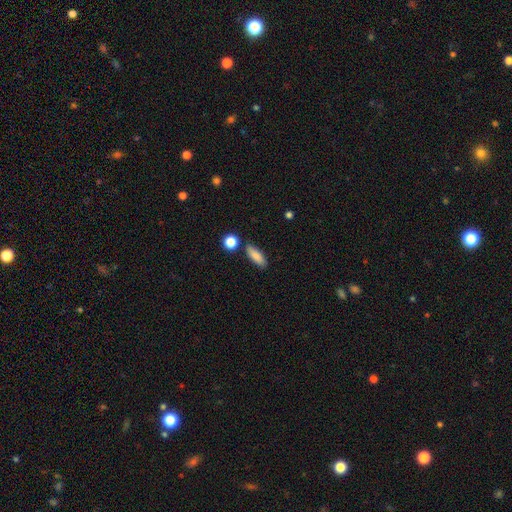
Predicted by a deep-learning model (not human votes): Smooth or featured?
  - smooth: 84% *
  - featured or disk: 8%
  - star or artifact: 7%
How rounded?
  - in between: 62% *
  - cigar-shaped: 34%
  - round: 4%
Merging?
  - none: 82% *
  - minor disturbance: 11%
  - merger: 4%
  - major disturbance: 3%